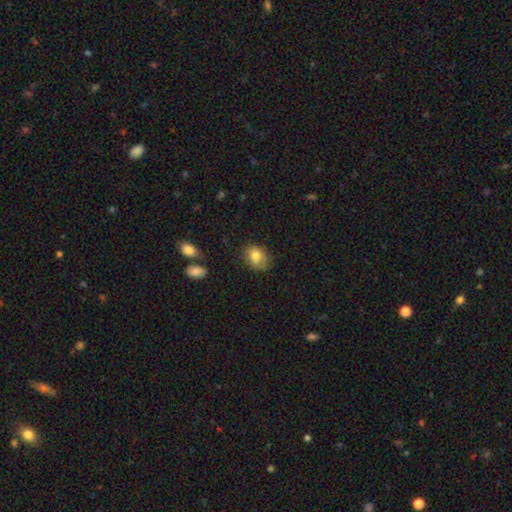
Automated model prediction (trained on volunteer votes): smooth 78%, featured or disk 12%, star or artifact 9%. Down the decision tree: how rounded — in between (65%); merging — none (64%).